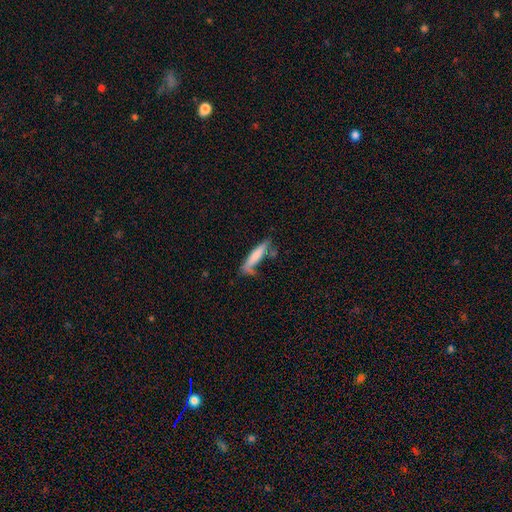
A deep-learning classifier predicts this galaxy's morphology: This appears to be a smooth galaxy with no disk features (68%) that is cigar-shaped (86%). Merging: none (52%).